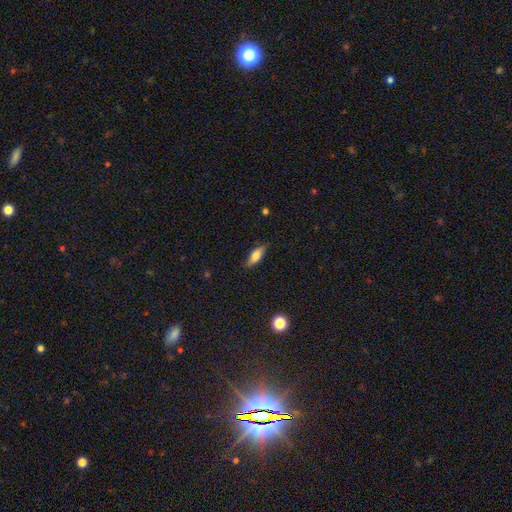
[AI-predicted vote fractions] This is likely a smooth galaxy (76%). How rounded: likely in between (71%). Merging: clearly none (80%).